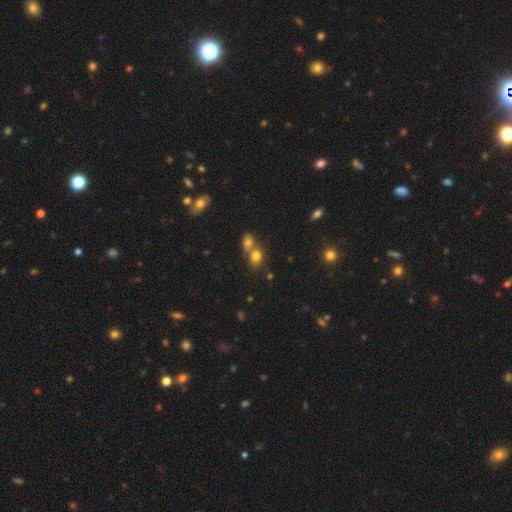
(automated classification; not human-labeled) This appears to be a smooth galaxy with no disk features (75%) that is round (55%). Merging: merger (55%).